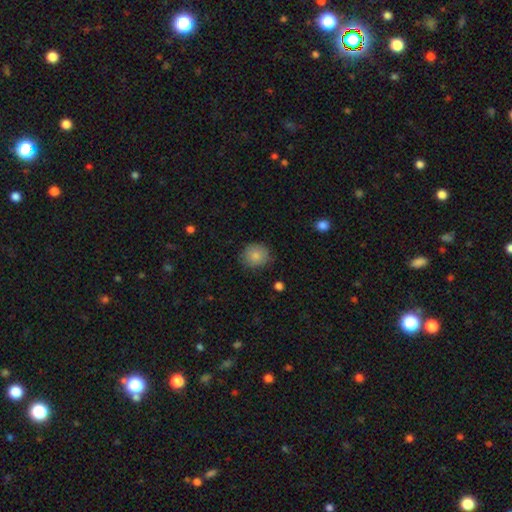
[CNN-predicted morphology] Smooth or featured? smooth (86%)
How rounded? round (79%)
Merging? none (81%)